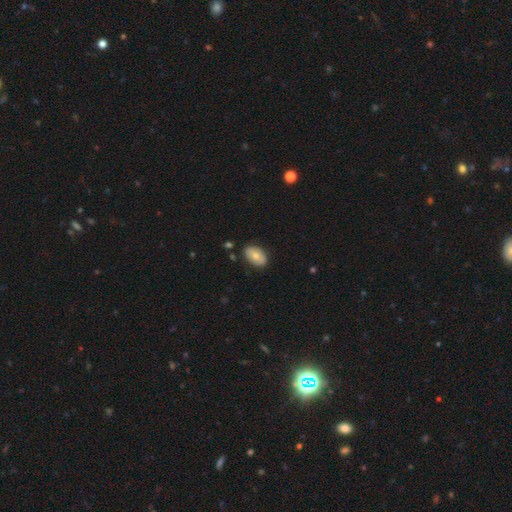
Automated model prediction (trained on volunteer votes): smooth 73%, featured or disk 20%, star or artifact 7%. Down the decision tree: how rounded — in between (90%); merging — none (83%).